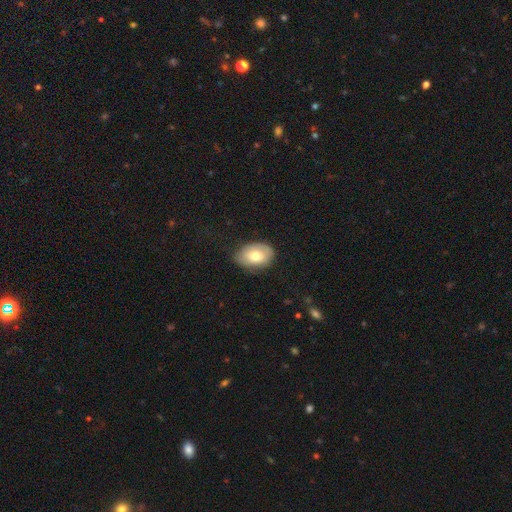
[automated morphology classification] A smooth galaxy with no disk features (69%) that is in between round and cigar-shaped (82%).

Vote fractions:
- Smooth or featured? smooth: 69% / featured or disk: 24% / star or artifact: 7%
- How rounded? in between: 82% / round: 17% / cigar-shaped: 1%
- Merging? none: 73% / minor disturbance: 21% / major disturbance: 5% / merger: 1%